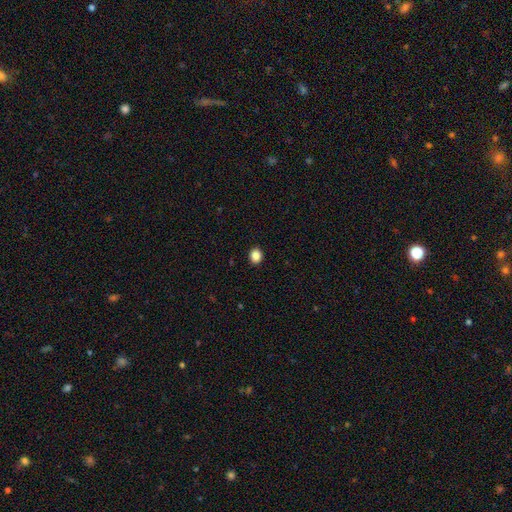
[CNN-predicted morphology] Overall: smooth (87%). How rounded: round (62%; in between 37%). Merging: none (92%).